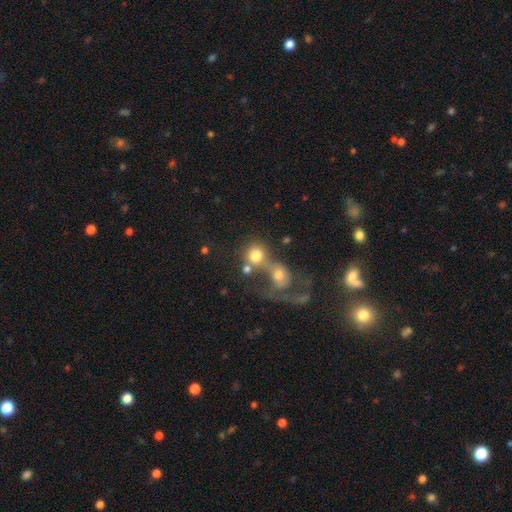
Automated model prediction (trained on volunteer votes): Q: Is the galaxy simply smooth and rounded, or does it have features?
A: smooth — 71%.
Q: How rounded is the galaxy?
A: round — 79%.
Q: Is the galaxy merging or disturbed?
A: merger — 59%.